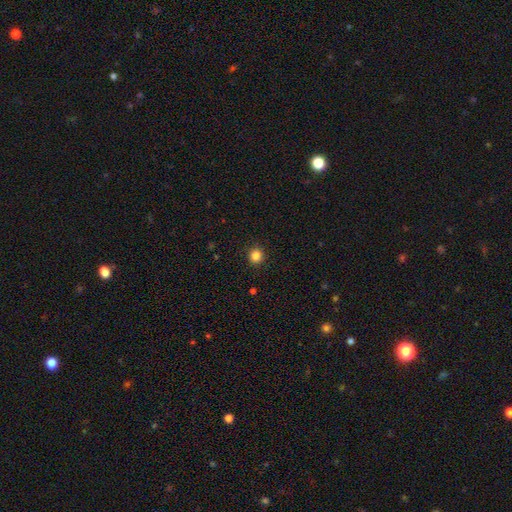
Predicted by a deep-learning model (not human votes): smooth 84%, star or artifact 12%, featured or disk 4%. Down the decision tree: how rounded — round (92%); merging — none (92%).